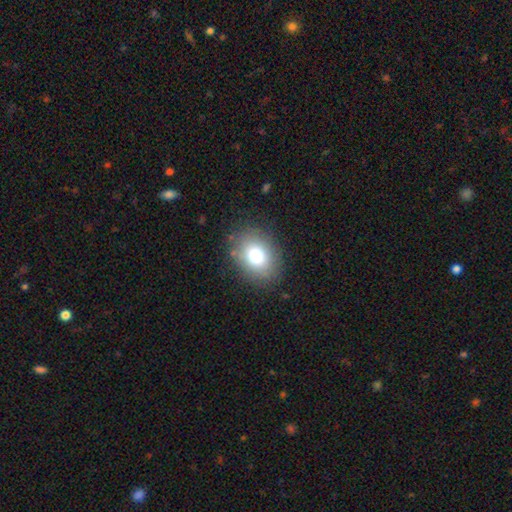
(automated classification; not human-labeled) smooth 78%, featured or disk 12%, star or artifact 10%. Down the decision tree: how rounded — in between (63%); merging — none (83%).